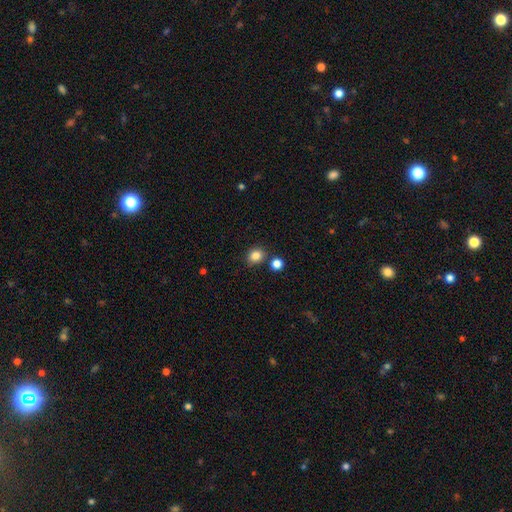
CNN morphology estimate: A smooth galaxy with no disk features (85%) that is round (69%).

Vote fractions:
- Smooth or featured? smooth: 85% / star or artifact: 11% / featured or disk: 4%
- How rounded? round: 69% / in between: 30% / cigar-shaped: 1%
- Merging? none: 78% / minor disturbance: 9% / merger: 9% / major disturbance: 3%